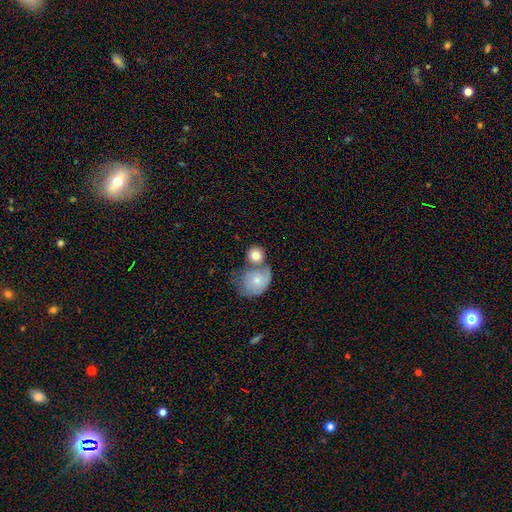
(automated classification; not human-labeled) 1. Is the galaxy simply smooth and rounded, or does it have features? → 78% smooth, 15% featured or disk, 7% star or artifact.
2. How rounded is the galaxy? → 81% round, 18% in between, 1% cigar-shaped.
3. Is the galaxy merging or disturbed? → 45% merger, 39% none, 10% minor disturbance, 5% major disturbance.